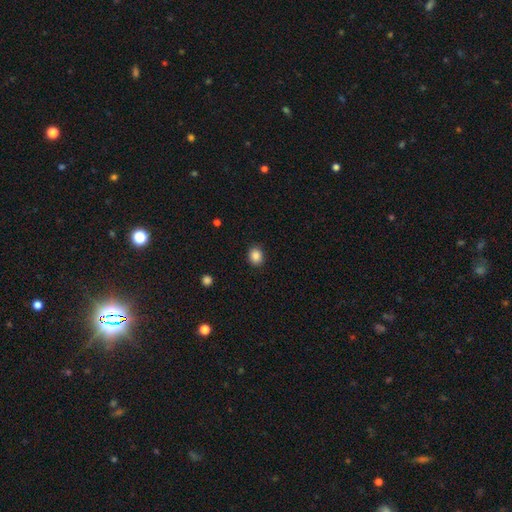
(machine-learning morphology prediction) type=smooth (87%); roundness=round (69%); merging=none (90%).